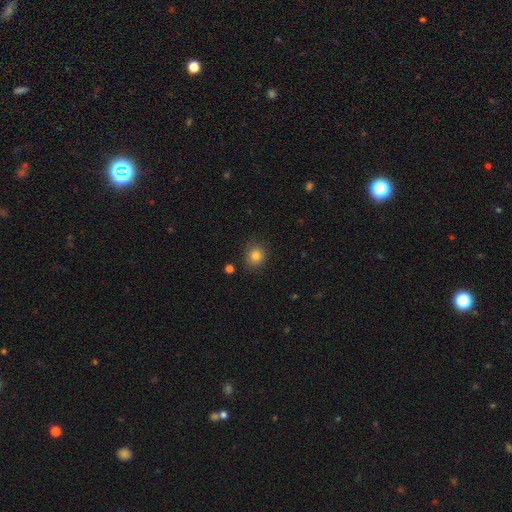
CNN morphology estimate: Overall: smooth (82%). How rounded: round (78%). Merging: none (84%).